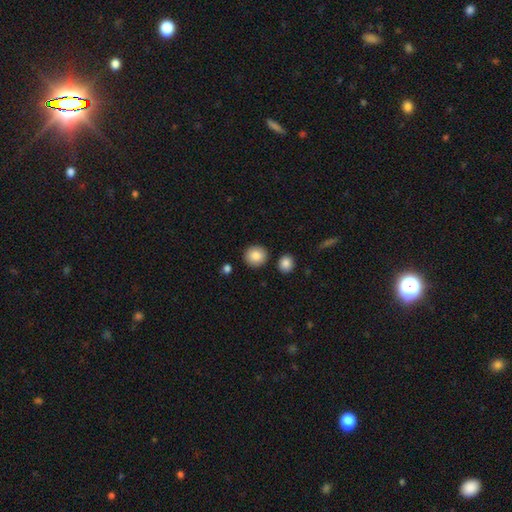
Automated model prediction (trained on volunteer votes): A smooth galaxy with no disk features (87%) that is round (92%).

Vote fractions:
- Smooth or featured? smooth: 87% / star or artifact: 8% / featured or disk: 5%
- How rounded? round: 92% / in between: 7% / cigar-shaped: 1%
- Merging? none: 89% / minor disturbance: 6% / merger: 3% / major disturbance: 2%